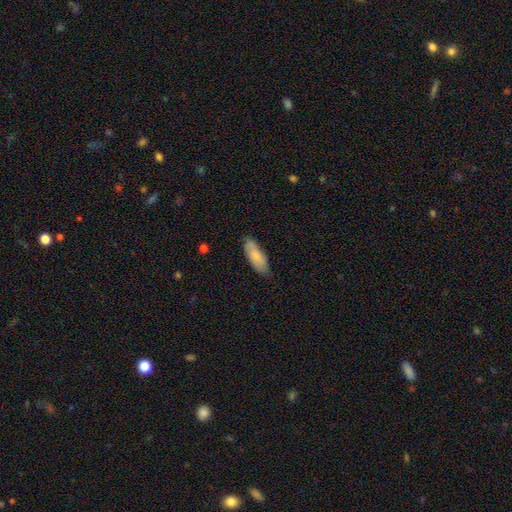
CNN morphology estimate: smooth 78%, featured or disk 17%, star or artifact 6%. Down the decision tree: how rounded — in between (70%); merging — none (78%).